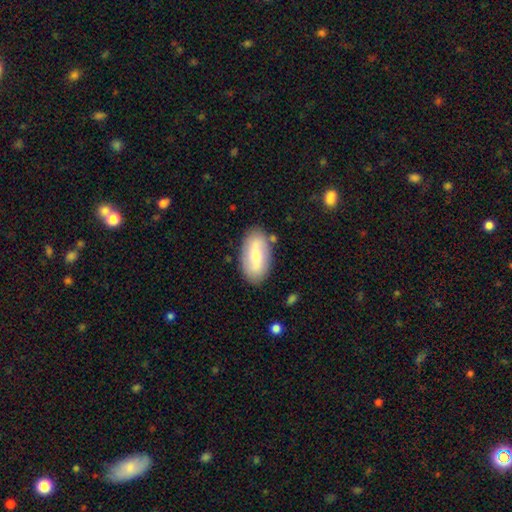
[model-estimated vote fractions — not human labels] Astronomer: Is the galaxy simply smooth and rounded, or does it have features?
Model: smooth — 55% (runner-up: featured or disk, 39%).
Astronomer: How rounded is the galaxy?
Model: in between — 92%.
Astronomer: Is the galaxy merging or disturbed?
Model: none — 82%.